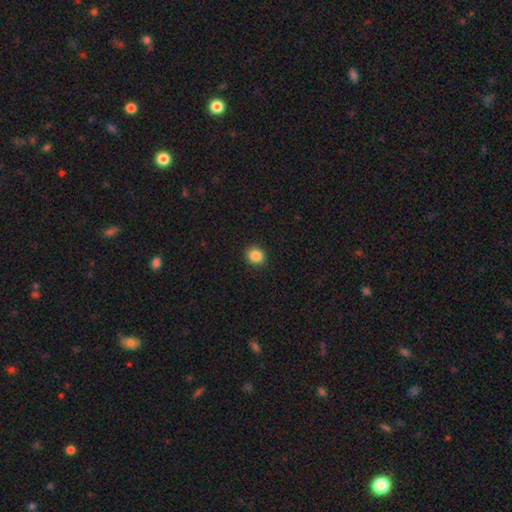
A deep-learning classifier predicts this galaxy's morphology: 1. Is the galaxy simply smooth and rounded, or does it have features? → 87% smooth, 10% star or artifact, 3% featured or disk.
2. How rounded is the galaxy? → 81% round, 18% in between, 1% cigar-shaped.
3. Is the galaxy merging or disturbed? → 92% none, 5% minor disturbance, 2% major disturbance, 1% merger.